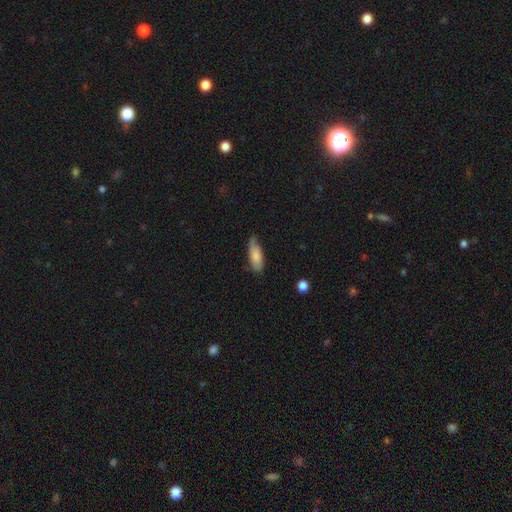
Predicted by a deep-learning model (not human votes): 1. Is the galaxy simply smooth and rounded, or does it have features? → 75% smooth, 18% featured or disk, 6% star or artifact.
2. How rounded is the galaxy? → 72% in between, 26% cigar-shaped, 2% round.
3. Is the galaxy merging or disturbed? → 56% none, 34% minor disturbance, 8% major disturbance, 2% merger.